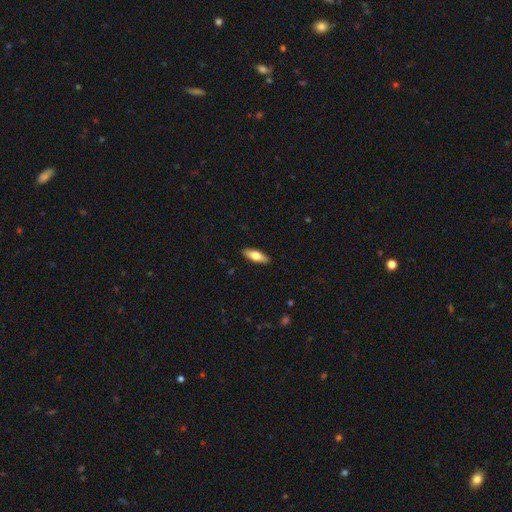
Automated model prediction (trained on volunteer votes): Smooth or featured? smooth (63%)
How rounded? in between (57%)
Merging? none (90%)